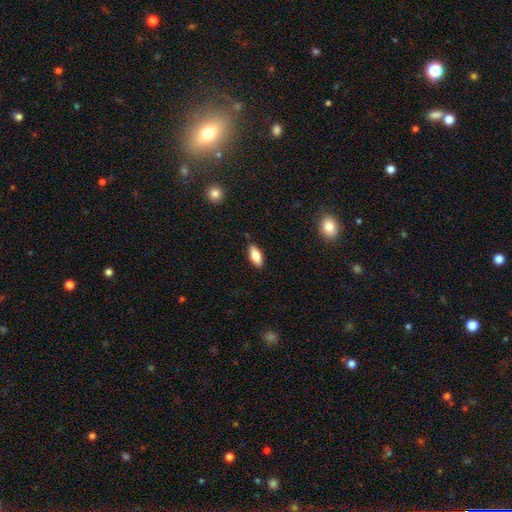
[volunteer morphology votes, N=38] A smooth galaxy with no disk features (76%) that is in between round and cigar-shaped (69%). Merging: none (74%).